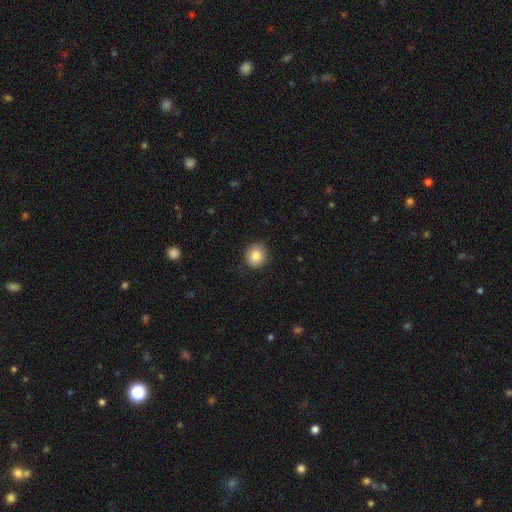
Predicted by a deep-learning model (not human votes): The model was most divided on "how rounded": round: 87%, in between: 12%, cigar-shaped: 1%. More confident: merging — none (88%); smooth or featured — smooth (85%).